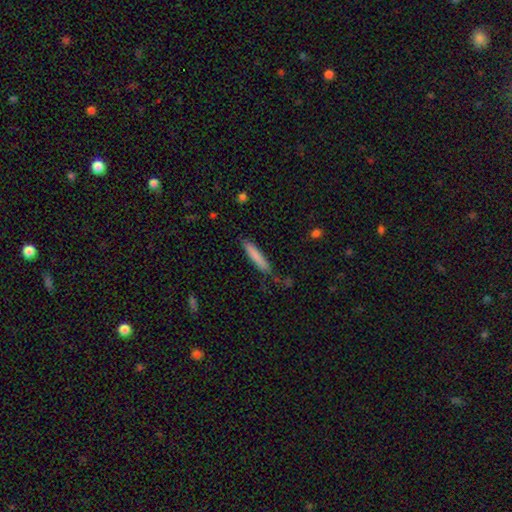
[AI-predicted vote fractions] Q: Smooth or featured?
A: smooth (80%); runner-up: featured or disk (14%)
Q: How rounded?
A: cigar-shaped (91%); runner-up: in between (7%)
Q: Merging?
A: none (79%); runner-up: minor disturbance (16%)